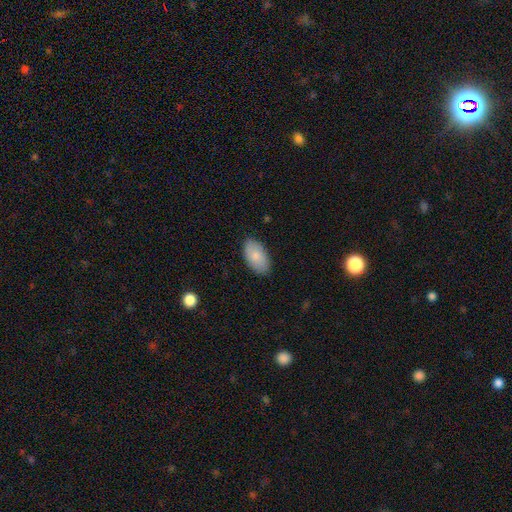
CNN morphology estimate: A smooth galaxy with no disk features (83%) that is in between round and cigar-shaped (95%).

Vote fractions:
- Smooth or featured? smooth: 83% / featured or disk: 12% / star or artifact: 6%
- How rounded? in between: 95% / round: 4% / cigar-shaped: 2%
- Merging? none: 86% / minor disturbance: 11% / major disturbance: 2% / merger: 1%